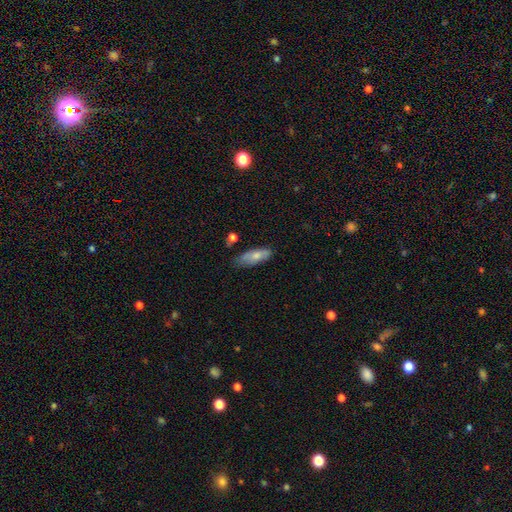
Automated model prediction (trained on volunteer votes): Q: Smooth or featured?
A: smooth (72%); runner-up: featured or disk (22%)
Q: How rounded?
A: in between (69%); runner-up: cigar-shaped (29%)
Q: Merging?
A: none (65%); runner-up: minor disturbance (26%)